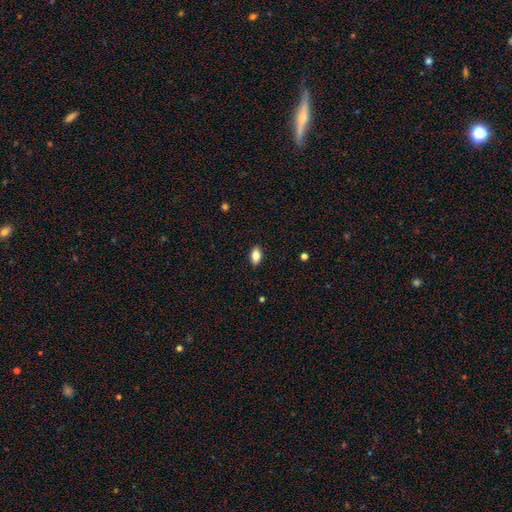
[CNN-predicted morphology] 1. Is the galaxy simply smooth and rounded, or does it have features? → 81% smooth, 11% featured or disk, 8% star or artifact.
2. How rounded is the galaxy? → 90% in between, 6% round, 5% cigar-shaped.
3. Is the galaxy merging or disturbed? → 88% none, 9% minor disturbance, 2% major disturbance, 1% merger.